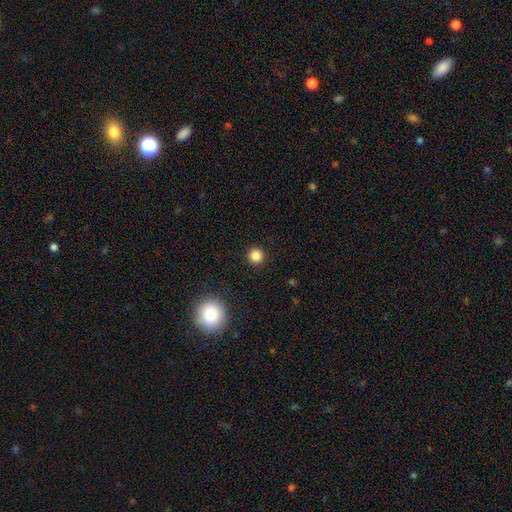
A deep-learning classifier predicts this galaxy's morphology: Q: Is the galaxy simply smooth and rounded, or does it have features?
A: smooth — 85%.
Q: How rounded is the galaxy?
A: round — 95%.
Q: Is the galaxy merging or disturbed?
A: none — 93%.